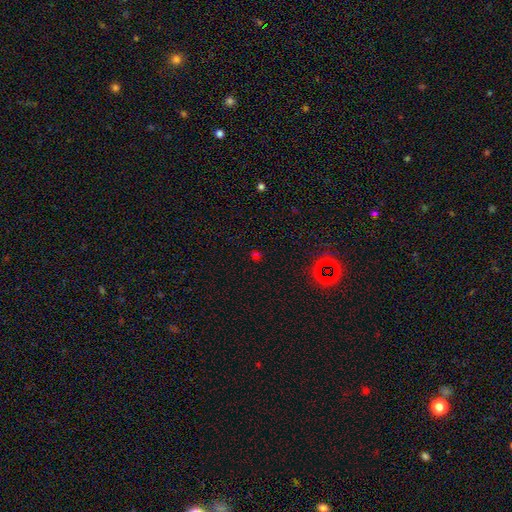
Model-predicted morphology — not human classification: type=star or artifact (52%).